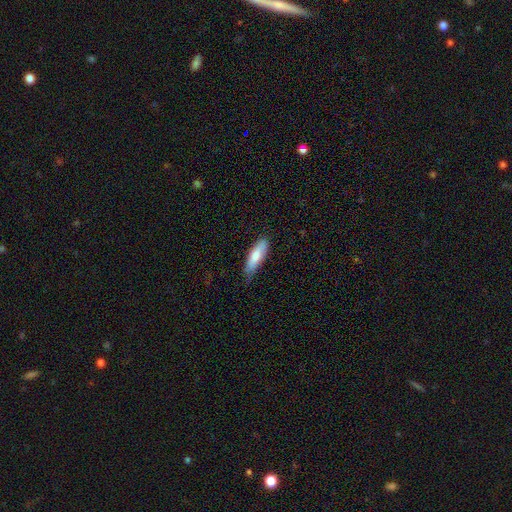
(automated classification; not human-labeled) smooth_or_featured: smooth (p=0.76) [alt: featured or disk p=0.19]
how_rounded: cigar-shaped (p=0.50) [alt: in between p=0.49]
merging: none (p=0.69) [alt: minor disturbance p=0.26]